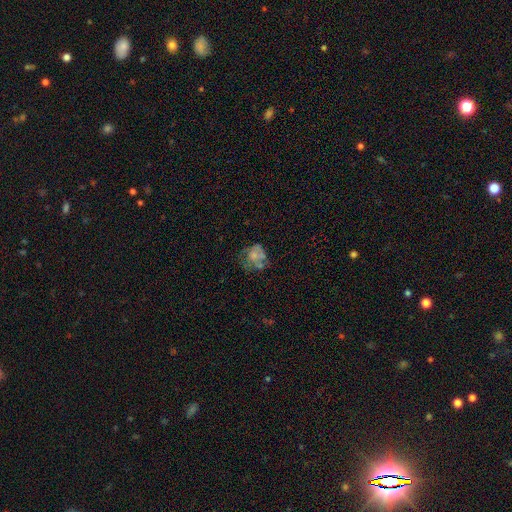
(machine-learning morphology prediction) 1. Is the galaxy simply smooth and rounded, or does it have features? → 51% featured or disk, 38% smooth, 11% star or artifact.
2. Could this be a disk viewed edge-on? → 98% no, 2% yes.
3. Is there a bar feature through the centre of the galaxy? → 86% no, 12% weak, 2% strong.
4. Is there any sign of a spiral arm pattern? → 64% no, 36% yes.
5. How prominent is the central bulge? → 33% moderate, 30% small, 29% none, 6% large, 2% dominant.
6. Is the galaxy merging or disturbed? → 38% none, 30% major disturbance, 24% minor disturbance, 8% merger.